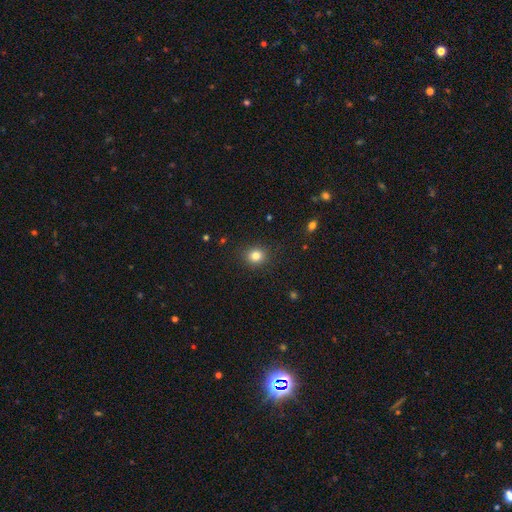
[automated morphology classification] This appears to be a smooth galaxy with no disk features (81%) that is round (82%). Merging: none (90%).